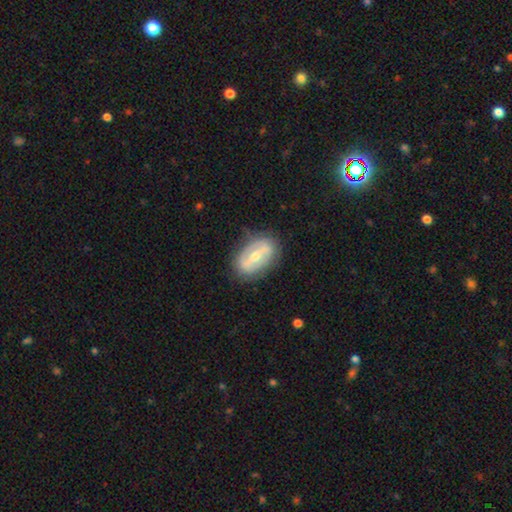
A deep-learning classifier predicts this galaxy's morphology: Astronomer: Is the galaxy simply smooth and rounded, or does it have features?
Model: featured or disk — 67%.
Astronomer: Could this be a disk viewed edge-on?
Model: no — 91%.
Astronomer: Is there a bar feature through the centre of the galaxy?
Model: strong — 60%.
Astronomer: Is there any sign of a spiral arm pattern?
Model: no — 59% (runner-up: yes, 41%).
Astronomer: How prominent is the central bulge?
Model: moderate — 61%.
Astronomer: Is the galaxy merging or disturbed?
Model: none — 80%.